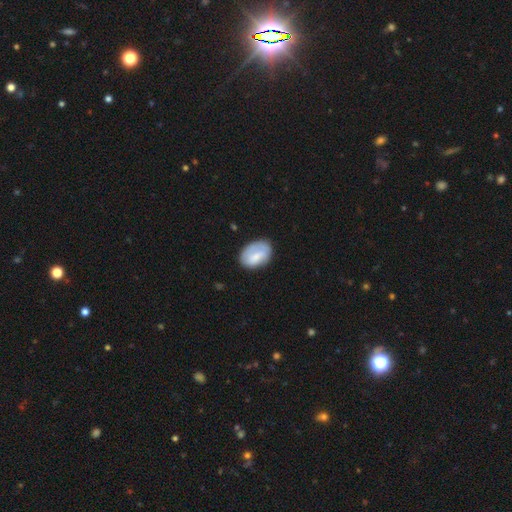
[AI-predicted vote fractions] Smooth or featured? smooth (68%)
How rounded? in between (85%)
Merging? none (66%)